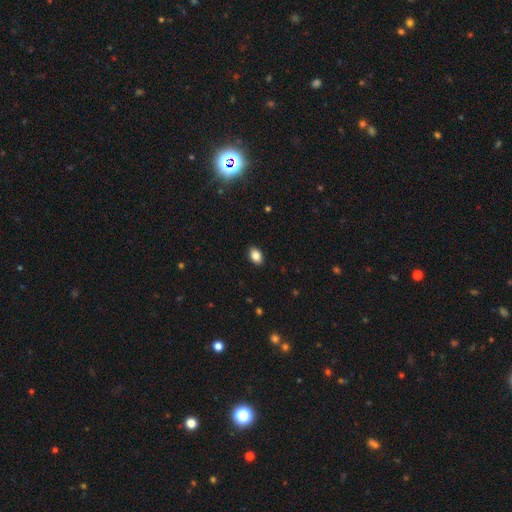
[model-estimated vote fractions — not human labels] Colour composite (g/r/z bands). It shows a smooth galaxy with no disk features (87%) that is in between round and cigar-shaped (85%). Merging: none (90%).